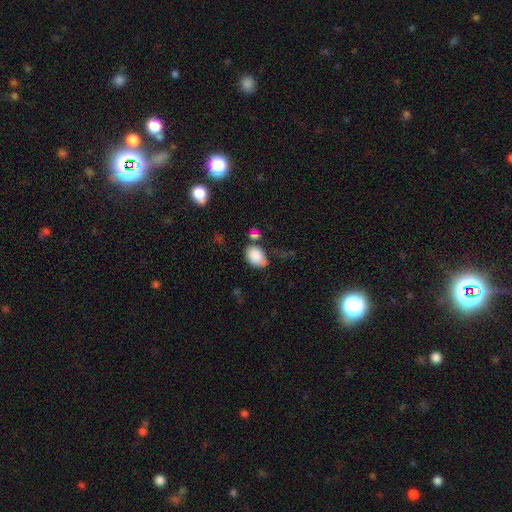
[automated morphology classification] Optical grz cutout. It shows a smooth galaxy with no disk features (86%) that is in between round and cigar-shaped (79%). Merging: none (51%).